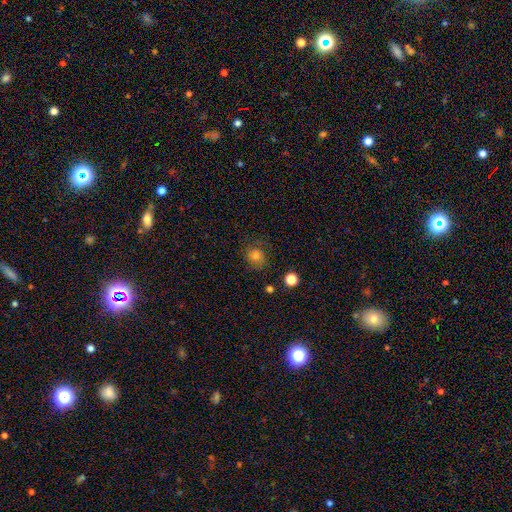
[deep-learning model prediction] Smooth or featured? smooth (70%)
How rounded? round (77%)
Merging? none (71%)